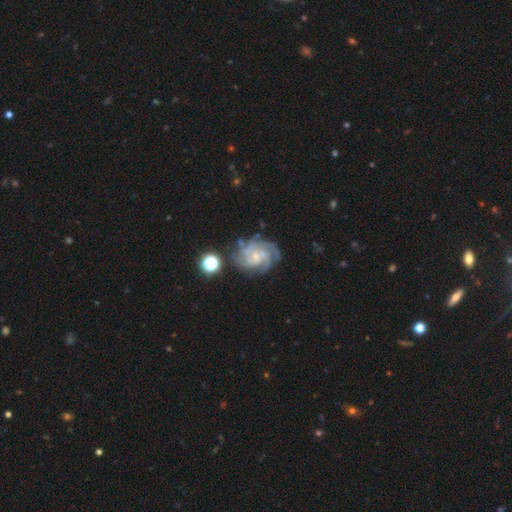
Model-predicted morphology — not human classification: featured or disk 85%, smooth 8%, star or artifact 7%. Down the decision tree: edge-on disk — no (98%); bar — no (62%); spiral arms — yes (97%); spiral arm count — 3 (27%); spiral winding — tight (60%); bulge size — small (65%); merging — none (68%).